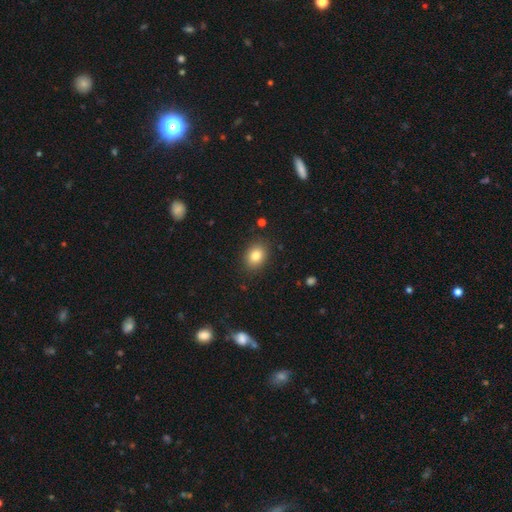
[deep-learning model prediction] Morphology: type=smooth (83%); roundness=in between (62%); merging=none (87%).